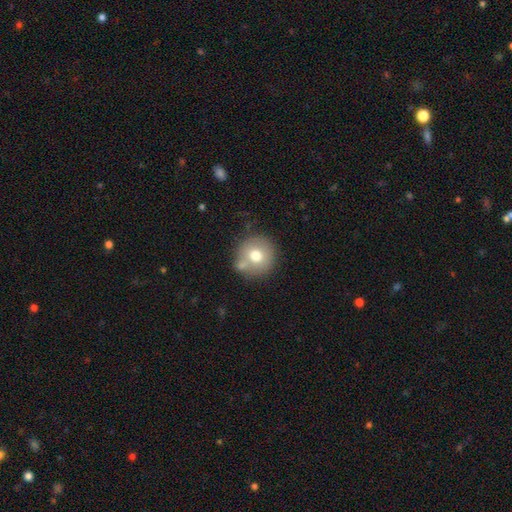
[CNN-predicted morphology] This appears to be a smooth galaxy with no disk features (71%) that is round (93%). Merging: none (69%).